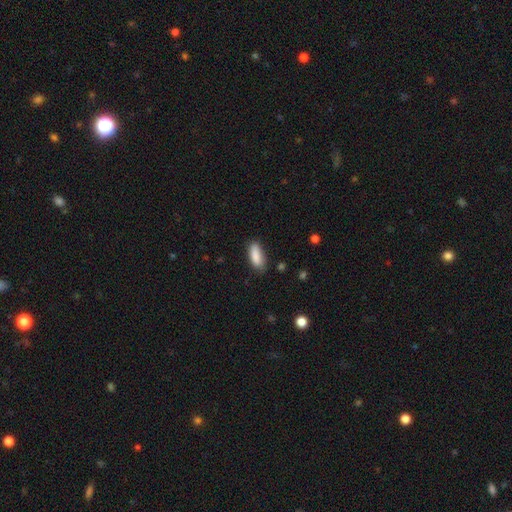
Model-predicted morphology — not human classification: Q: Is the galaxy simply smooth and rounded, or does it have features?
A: smooth — 87%.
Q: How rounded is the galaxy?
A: in between — 75%.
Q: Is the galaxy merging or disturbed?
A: none — 76%.